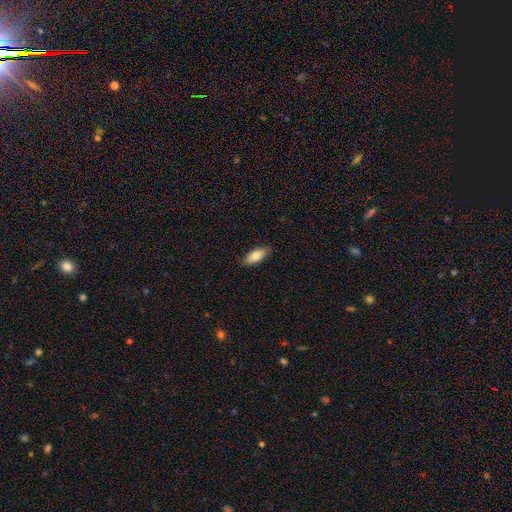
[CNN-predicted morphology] smooth-or-featured: smooth: 80% | featured or disk: 13% | star or artifact: 6%
  how-rounded: in between: 80% | cigar-shaped: 18% | round: 2%
  merging: none: 87% | minor disturbance: 10% | major disturbance: 2% | merger: 1%